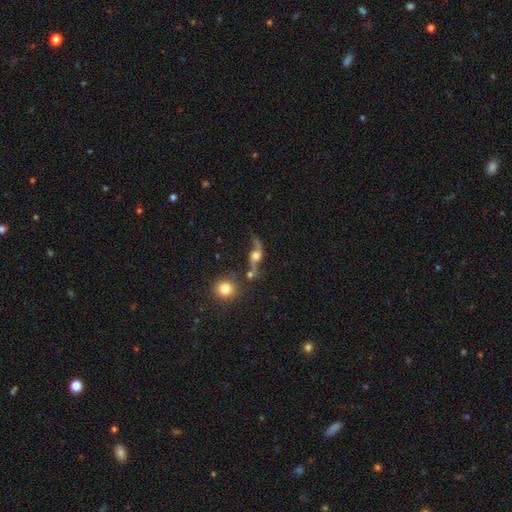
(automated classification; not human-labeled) A featured or disk galaxy (74%) with no bar (69%), 2 (91%) loose (89%) spiral arms (89%) and a moderate central bulge (43%). Merging: none (49%).